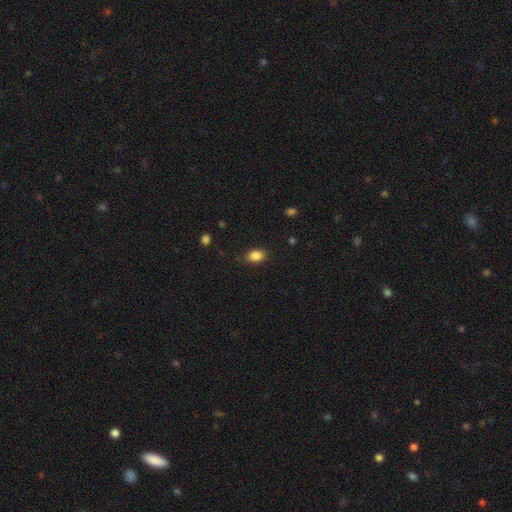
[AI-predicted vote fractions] Smooth or featured?
  - smooth: 87% *
  - star or artifact: 9%
  - featured or disk: 4%
How rounded?
  - in between: 80% *
  - round: 18%
  - cigar-shaped: 1%
Merging?
  - none: 84% *
  - minor disturbance: 12%
  - major disturbance: 3%
  - merger: 1%